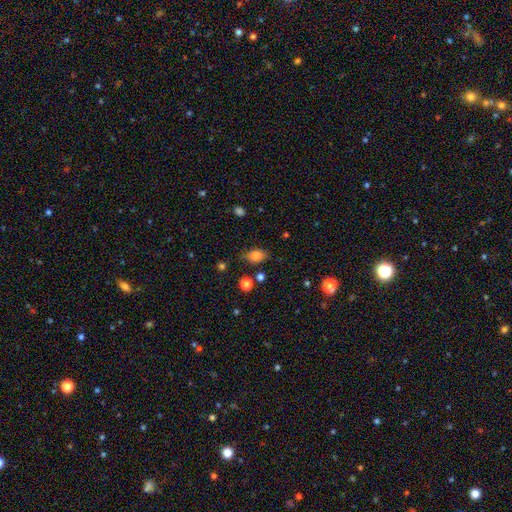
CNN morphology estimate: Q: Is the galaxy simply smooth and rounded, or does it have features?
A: smooth — 80%.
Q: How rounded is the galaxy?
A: in between — 76%.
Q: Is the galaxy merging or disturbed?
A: none — 74%.